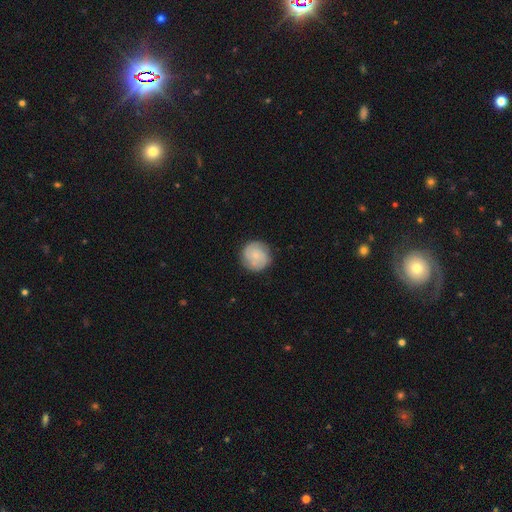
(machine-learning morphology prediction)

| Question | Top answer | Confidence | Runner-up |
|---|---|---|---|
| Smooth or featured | smooth | 51% | featured or disk (42%) |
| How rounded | round | 93% | in between (6%) |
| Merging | none | 84% | minor disturbance (12%) |